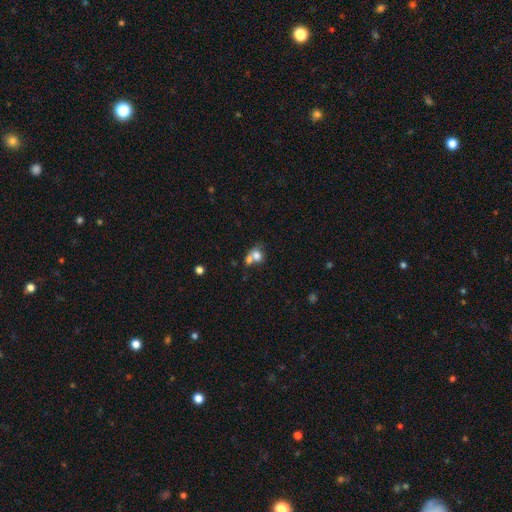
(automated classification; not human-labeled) Overall: smooth (75%). How rounded: round (53%; in between 46%). Merging: merger (56%; none 29%).